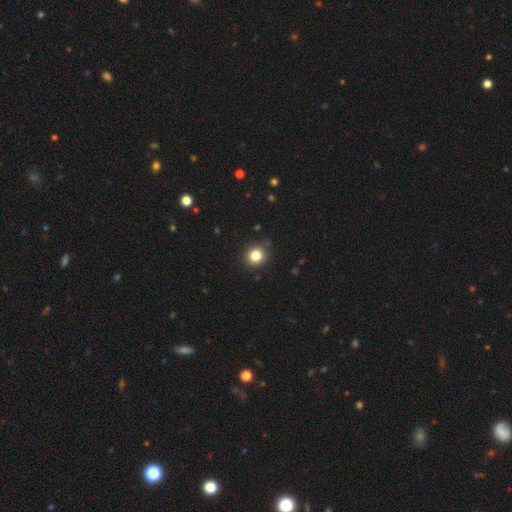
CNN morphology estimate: smooth_or_featured: smooth (p=0.83) [alt: star or artifact p=0.12]
how_rounded: round (p=0.87) [alt: in between p=0.13]
merging: none (p=0.89) [alt: minor disturbance p=0.08]